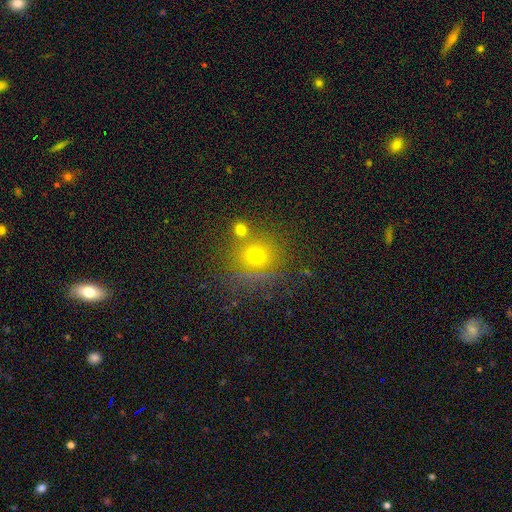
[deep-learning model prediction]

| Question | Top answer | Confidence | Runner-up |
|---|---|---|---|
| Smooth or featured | smooth | 65% | star or artifact (22%) |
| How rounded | round | 83% | in between (15%) |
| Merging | none | 70% | merger (15%) |